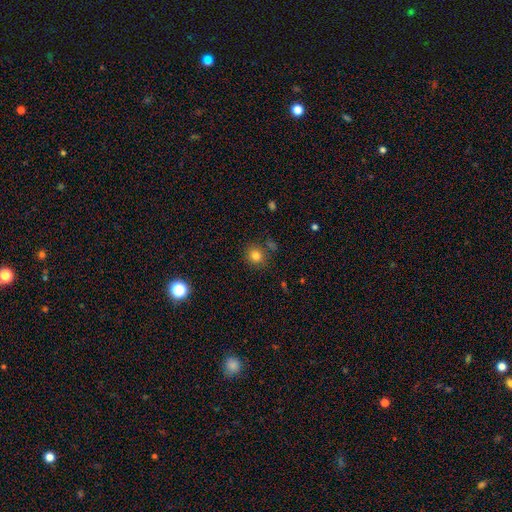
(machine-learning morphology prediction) smooth 80%, star or artifact 13%, featured or disk 7%. Down the decision tree: how rounded — round (84%); merging — none (81%).